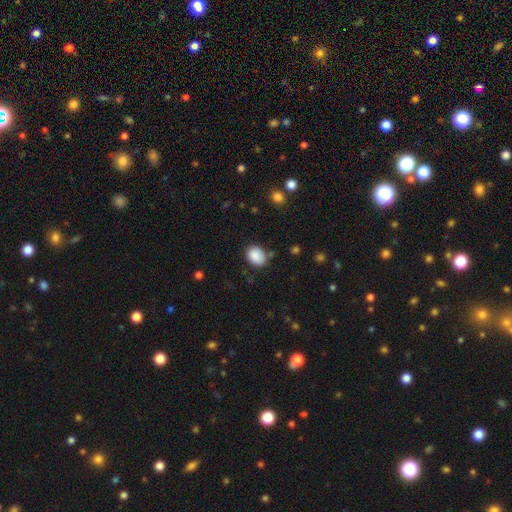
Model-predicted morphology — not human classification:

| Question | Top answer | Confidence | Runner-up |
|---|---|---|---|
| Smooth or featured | smooth | 88% | star or artifact (8%) |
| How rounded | in between | 63% | round (36%) |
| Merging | none | 77% | minor disturbance (15%) |